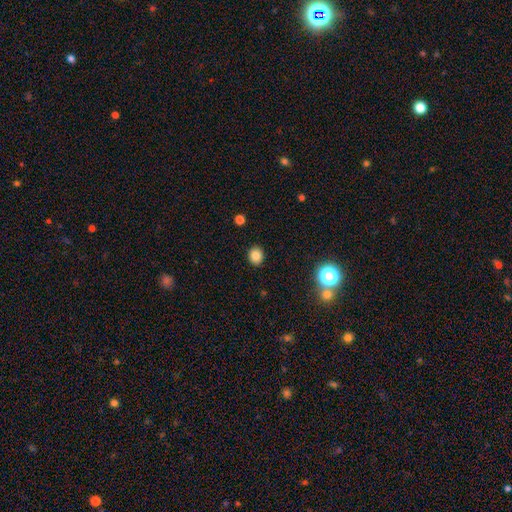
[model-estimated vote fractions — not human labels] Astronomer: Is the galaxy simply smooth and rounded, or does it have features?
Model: smooth — 82%.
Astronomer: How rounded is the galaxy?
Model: round — 69%.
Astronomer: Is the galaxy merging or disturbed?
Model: none — 91%.